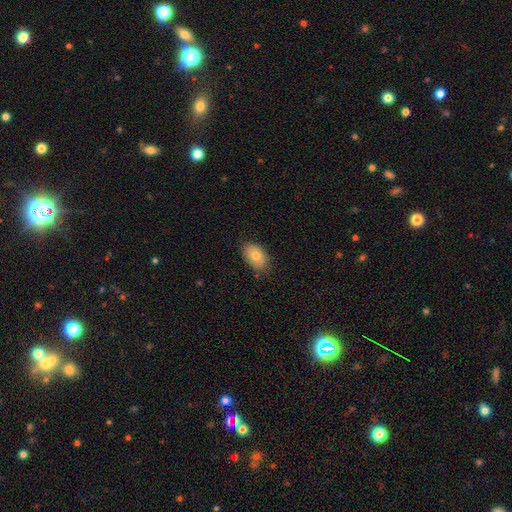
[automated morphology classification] smooth-or-featured: smooth: 76% | featured or disk: 17% | star or artifact: 8%
  how-rounded: in between: 87% | round: 12% | cigar-shaped: 1%
  merging: none: 81% | minor disturbance: 15% | major disturbance: 3% | merger: 1%